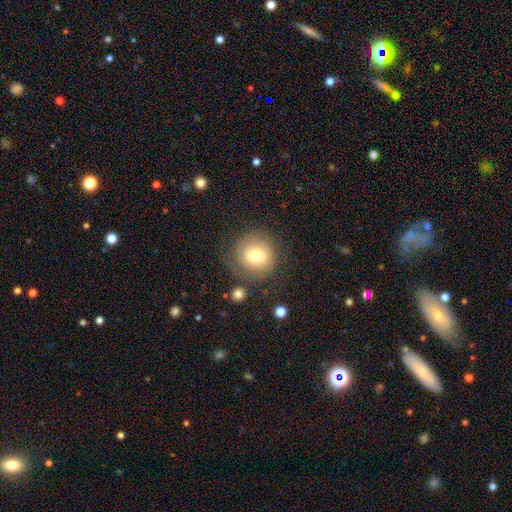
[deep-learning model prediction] A smooth galaxy with no disk features (70%) that is round (90%).

Vote fractions:
- Smooth or featured? smooth: 70% / featured or disk: 19% / star or artifact: 10%
- How rounded? round: 90% / in between: 9% / cigar-shaped: 1%
- Merging? none: 74% / minor disturbance: 15% / major disturbance: 8% / merger: 3%